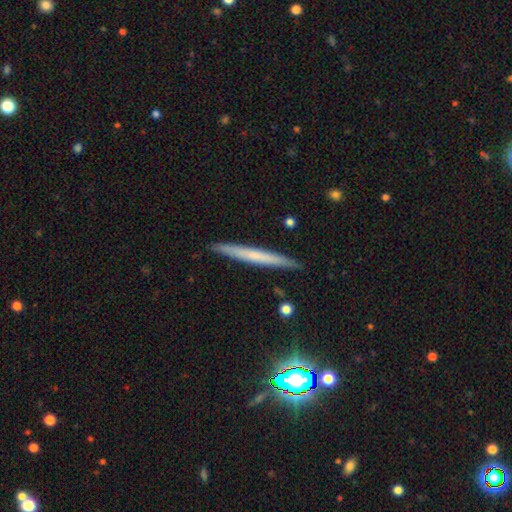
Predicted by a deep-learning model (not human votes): Morphology: type=smooth (50%); roundness=cigar-shaped (97%); merging=none (91%).